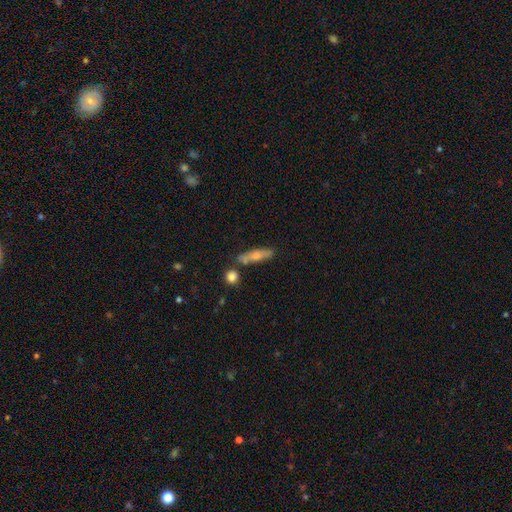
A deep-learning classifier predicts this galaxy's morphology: smooth-or-featured: smooth: 65% | featured or disk: 28% | star or artifact: 7%
  how-rounded: cigar-shaped: 76% | in between: 21% | round: 3%
  merging: none: 73% | minor disturbance: 14% | merger: 9% | major disturbance: 3%